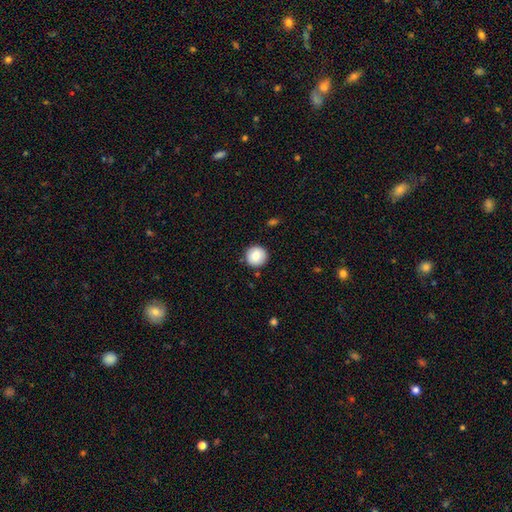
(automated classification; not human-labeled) smooth 85%, star or artifact 8%, featured or disk 7%. Down the decision tree: how rounded — round (96%); merging — none (90%).